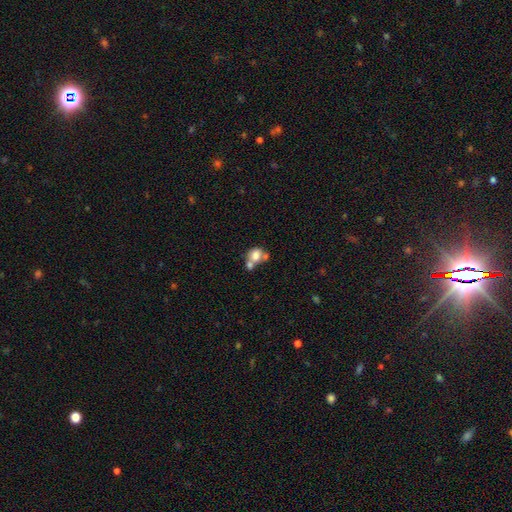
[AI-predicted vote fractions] Morphology: type=smooth (72%); roundness=round (56%); merging=merger (54%).